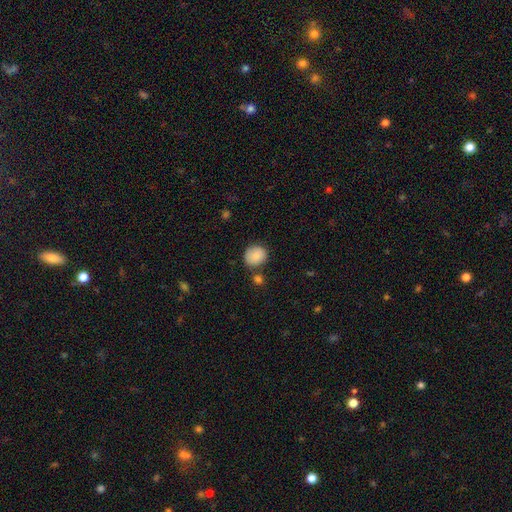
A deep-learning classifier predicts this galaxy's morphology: smooth-or-featured: smooth: 85% | star or artifact: 8% | featured or disk: 6%
  how-rounded: round: 80% | in between: 19% | cigar-shaped: 1%
  merging: none: 74% | minor disturbance: 14% | merger: 8% | major disturbance: 4%